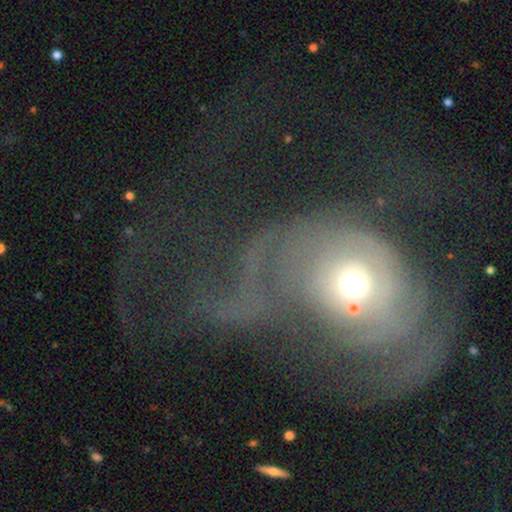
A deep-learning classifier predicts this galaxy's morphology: This is likely a featured or disk galaxy (63%). It is clearly not viewed edge-on (96%). Bar: clearly no (84%). Spiral arm pattern: possibly no (50%, tied with yes). Central bulge: likely moderate (62%). Merging: possibly major disturbance (58%).